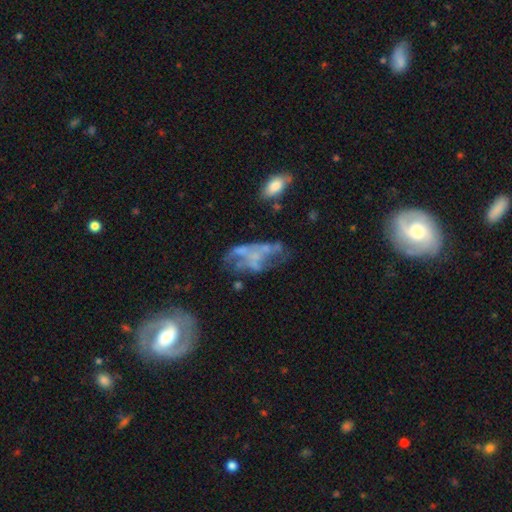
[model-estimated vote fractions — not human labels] Smooth or featured: featured or disk — 64% (smooth — 22%)
Edge-on disk: no — 95% (yes — 5%)
Bar: no — 80% (weak — 14%)
Spiral arms: no — 71% (yes — 29%)
Bulge size: none — 73% (small — 15%)
Merging: none — 34% (major disturbance — 33%)